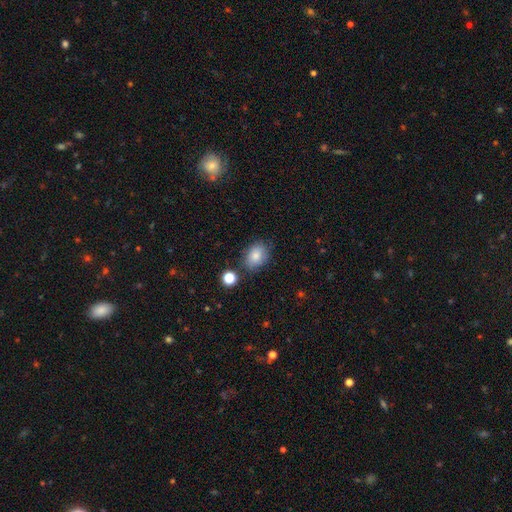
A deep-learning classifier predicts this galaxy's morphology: A smooth galaxy with no disk features (81%) that is in between round and cigar-shaped (70%). Merging: none (75%).